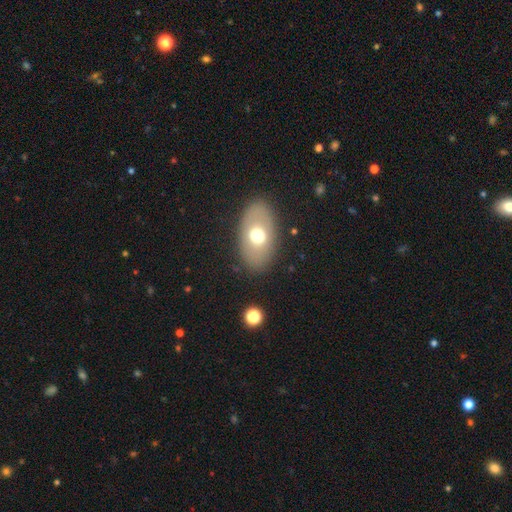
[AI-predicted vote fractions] The model was most divided on "smooth or featured": smooth: 62%, featured or disk: 30%, star or artifact: 8%. More confident: how rounded — in between (88%); merging — none (85%).